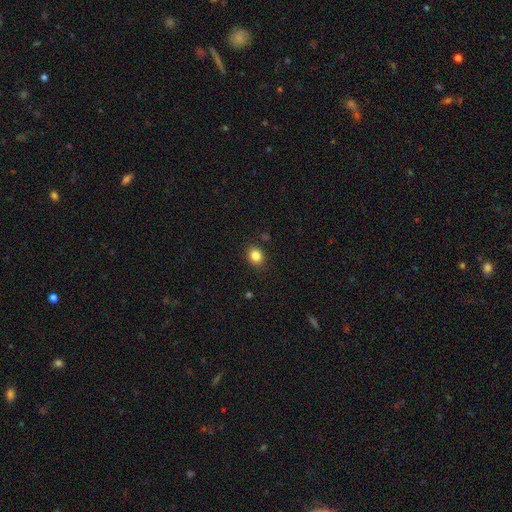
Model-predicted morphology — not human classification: Overall: smooth (84%). How rounded: round (60%; in between 39%). Merging: none (88%).